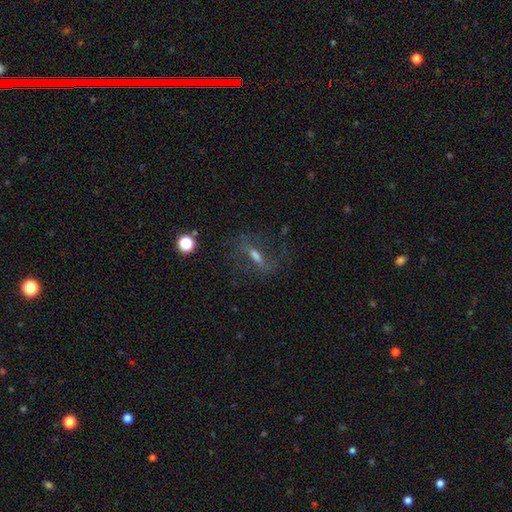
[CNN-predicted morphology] Smooth or featured?
  - featured or disk: 59% *
  - smooth: 25%
  - star or artifact: 17%
Edge-on disk?
  - no: 73% *
  - yes: 27%
Merging?
  - none: 66% *
  - major disturbance: 16%
  - minor disturbance: 16%
  - merger: 2%